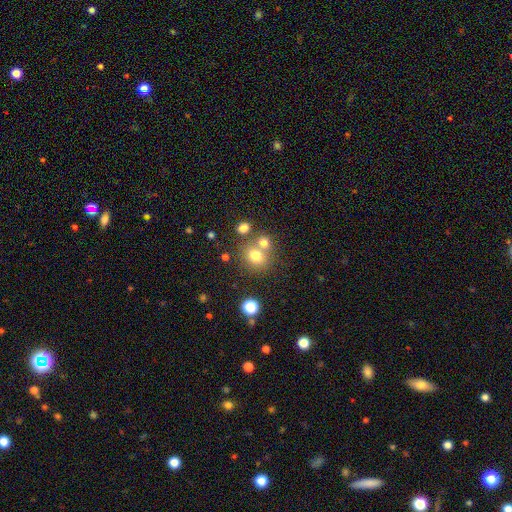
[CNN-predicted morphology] The model was most divided on "merging": none: 55%, merger: 32%, minor disturbance: 10%, major disturbance: 4%. More confident: smooth or featured — smooth (73%); how rounded — round (68%).